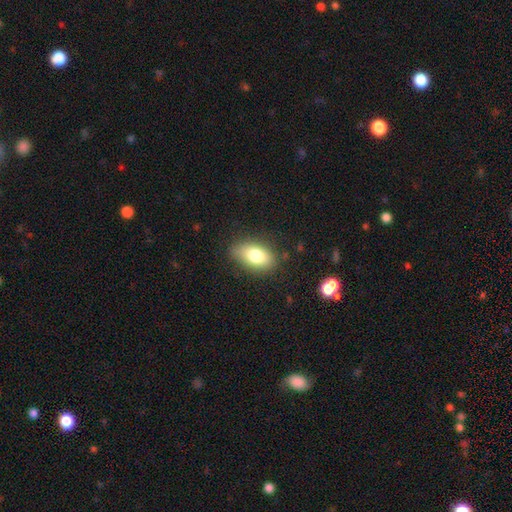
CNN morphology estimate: smooth_or_featured: smooth (p=0.78) [alt: featured or disk p=0.14]
how_rounded: in between (p=0.90) [alt: round p=0.07]
merging: none (p=0.82) [alt: minor disturbance p=0.13]